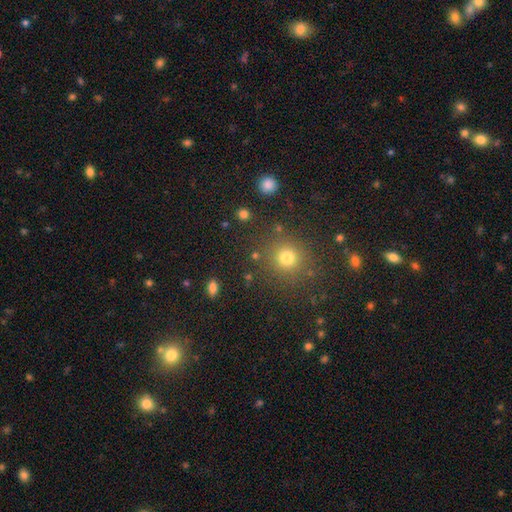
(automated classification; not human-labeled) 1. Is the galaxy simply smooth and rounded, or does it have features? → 70% smooth, 24% star or artifact, 6% featured or disk.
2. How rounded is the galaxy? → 90% round, 9% in between, 1% cigar-shaped.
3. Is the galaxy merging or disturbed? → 86% none, 7% minor disturbance, 4% merger, 3% major disturbance.